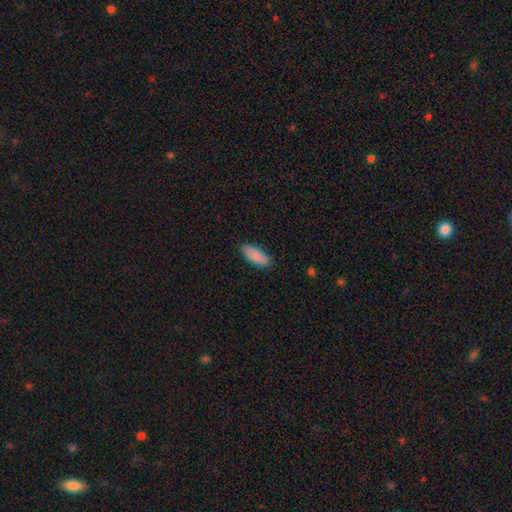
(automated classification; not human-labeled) A smooth galaxy with no disk features (88%) that is in between round and cigar-shaped (80%).

Vote fractions:
- Smooth or featured? smooth: 88% / featured or disk: 6% / star or artifact: 6%
- How rounded? in between: 80% / cigar-shaped: 18% / round: 2%
- Merging? none: 84% / minor disturbance: 13% / major disturbance: 2% / merger: 1%